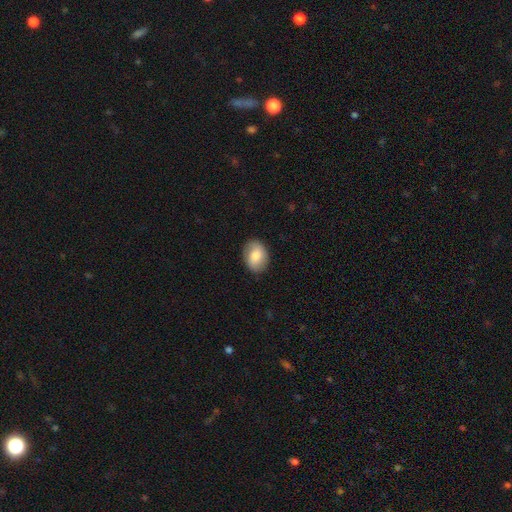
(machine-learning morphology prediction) Smooth or featured? smooth (75%)
How rounded? in between (71%)
Merging? none (85%)